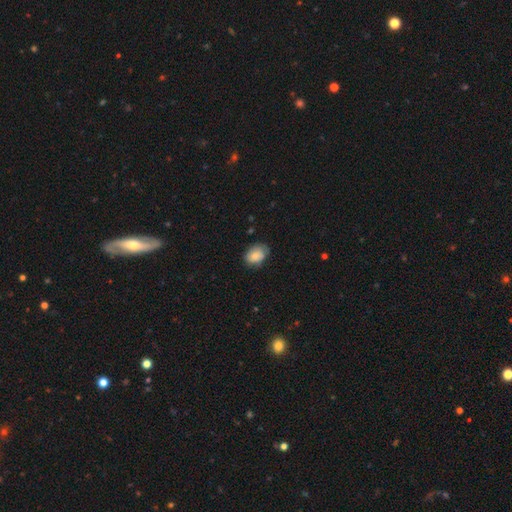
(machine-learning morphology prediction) A smooth galaxy with no disk features (81%) that is in between round and cigar-shaped (77%). Merging: none (67%).